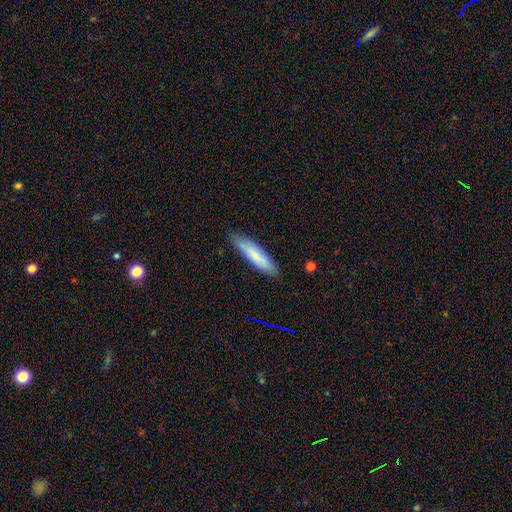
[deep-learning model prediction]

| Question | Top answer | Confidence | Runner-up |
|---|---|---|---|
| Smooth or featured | smooth | 76% | featured or disk (18%) |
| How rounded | cigar-shaped | 79% | in between (20%) |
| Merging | none | 85% | minor disturbance (12%) |